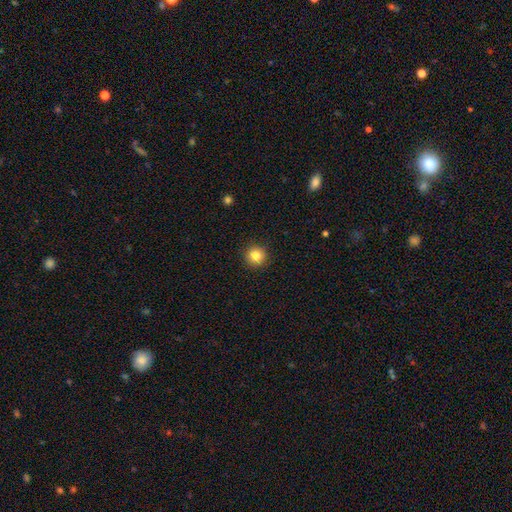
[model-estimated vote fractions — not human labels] A smooth galaxy with no disk features (84%) that is round (94%). Merging: none (91%).